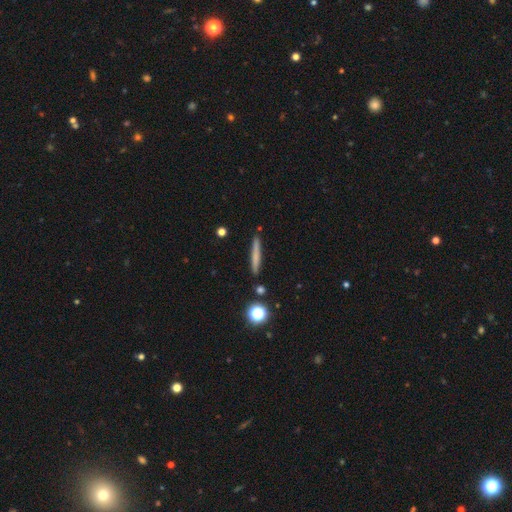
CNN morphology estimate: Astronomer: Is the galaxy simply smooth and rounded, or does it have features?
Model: smooth — 64%.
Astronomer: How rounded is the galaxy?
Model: cigar-shaped — 94%.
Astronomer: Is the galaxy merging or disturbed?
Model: none — 89%.